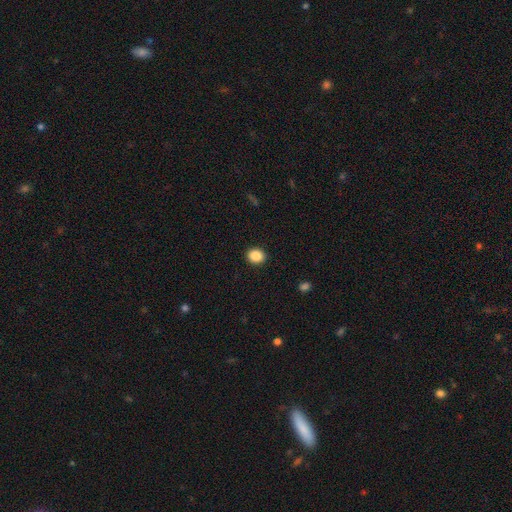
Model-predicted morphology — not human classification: Smooth or featured: smooth — 88% (star or artifact — 9%)
How rounded: round — 61% (in between — 38%)
Merging: none — 91% (minor disturbance — 6%)